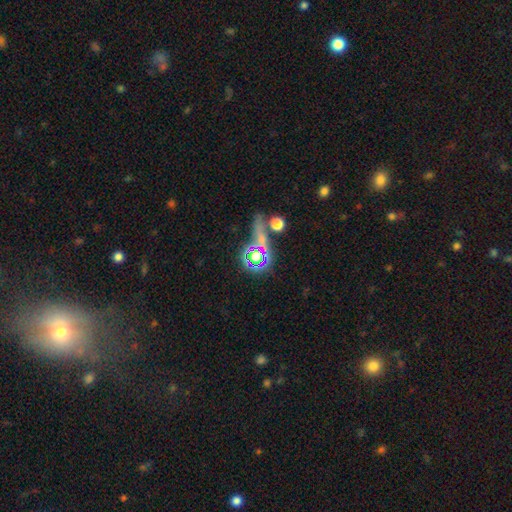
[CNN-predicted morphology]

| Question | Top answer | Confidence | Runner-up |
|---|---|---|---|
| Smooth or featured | star or artifact | 48% | smooth (36%) |